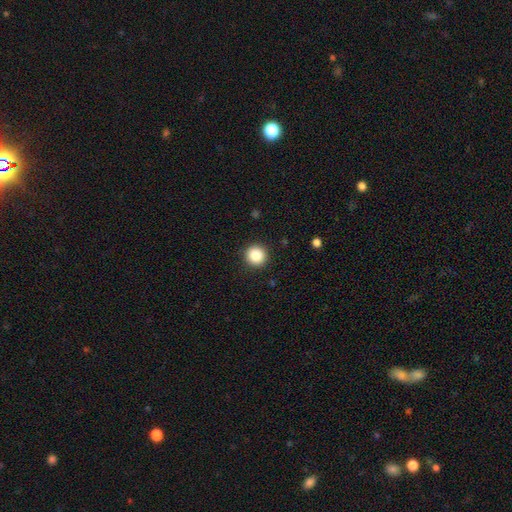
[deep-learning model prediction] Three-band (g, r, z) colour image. It shows a smooth galaxy with no disk features (86%) that is round (94%). Merging: none (92%).